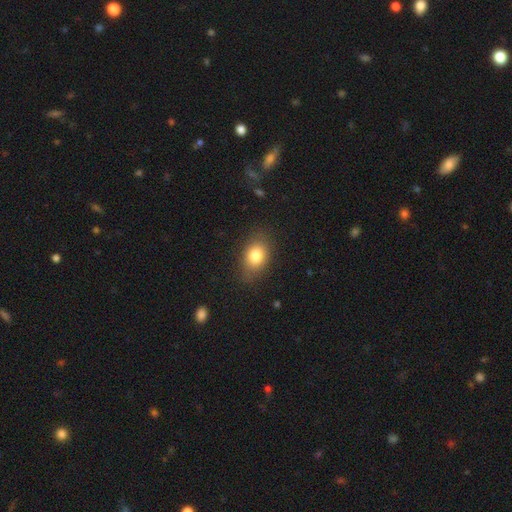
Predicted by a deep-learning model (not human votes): Morphology: type=smooth (80%); roundness=in between (72%); merging=none (79%).